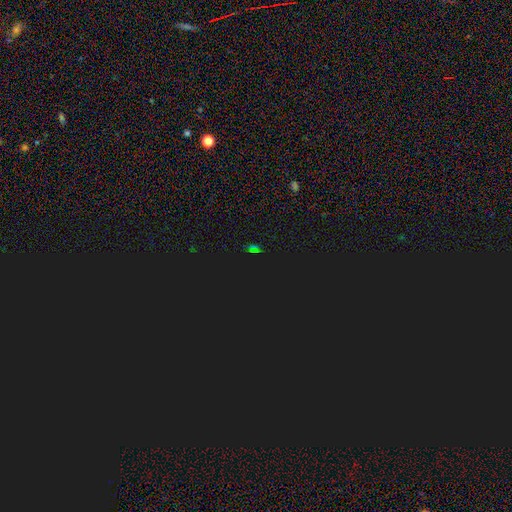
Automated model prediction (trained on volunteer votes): A star or artifact, not a galaxy (76%).

Vote fractions:
- Smooth or featured? star or artifact: 76% / smooth: 16% / featured or disk: 8%